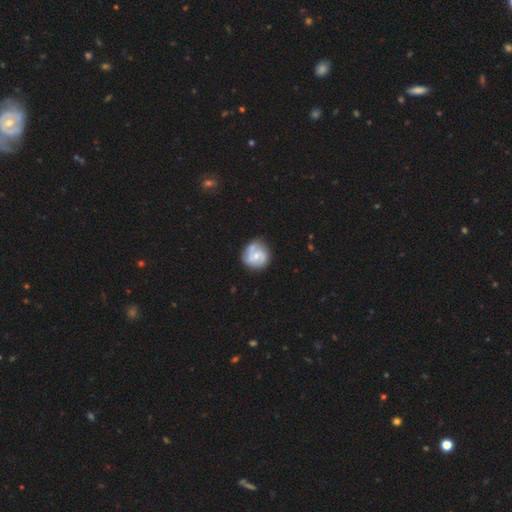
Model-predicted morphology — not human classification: Overall: featured or disk (71%). Edge-on disk: no (98%). Bar: no (47%; weak 44%). Spiral arms: yes (91%). Spiral arm count: 2 (65%). Spiral winding: medium (44%; tight 38%). Bulge size: small (52%; moderate 42%). Merging: none (70%).